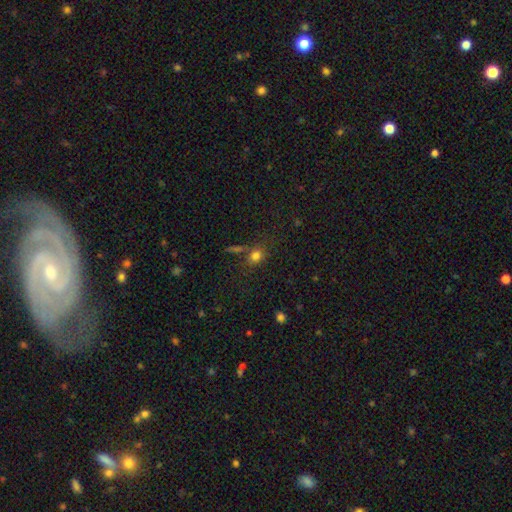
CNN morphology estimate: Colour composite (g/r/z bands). It shows a smooth galaxy with no disk features (77%) that is round (62%). Merging: none (66%).